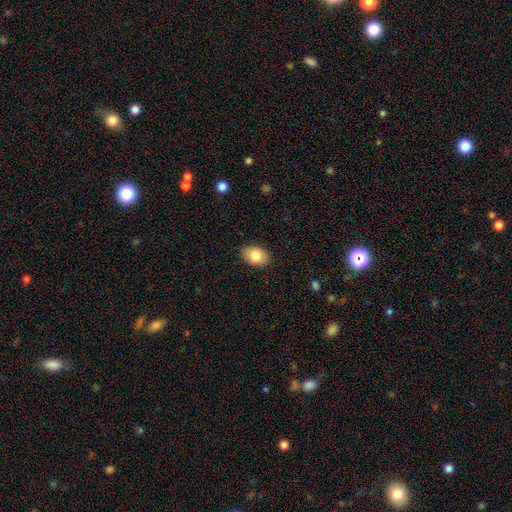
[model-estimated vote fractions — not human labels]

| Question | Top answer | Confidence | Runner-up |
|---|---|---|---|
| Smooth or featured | smooth | 82% | featured or disk (10%) |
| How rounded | in between | 86% | round (13%) |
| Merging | none | 87% | minor disturbance (10%) |